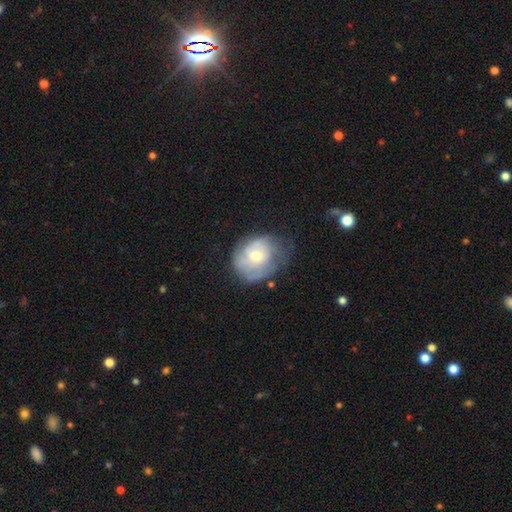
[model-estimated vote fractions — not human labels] Smooth or featured?
  - featured or disk: 49% *
  - smooth: 43%
  - star or artifact: 8%
Merging?
  - none: 44% *
  - minor disturbance: 32%
  - major disturbance: 21%
  - merger: 2%